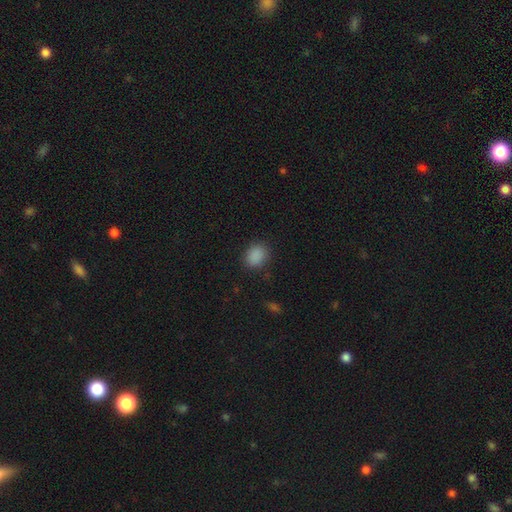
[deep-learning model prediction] Smooth or featured?
  - smooth: 87% *
  - star or artifact: 10%
  - featured or disk: 3%
How rounded?
  - in between: 54% *
  - round: 45%
  - cigar-shaped: 1%
Merging?
  - none: 85% *
  - minor disturbance: 10%
  - major disturbance: 3%
  - merger: 1%